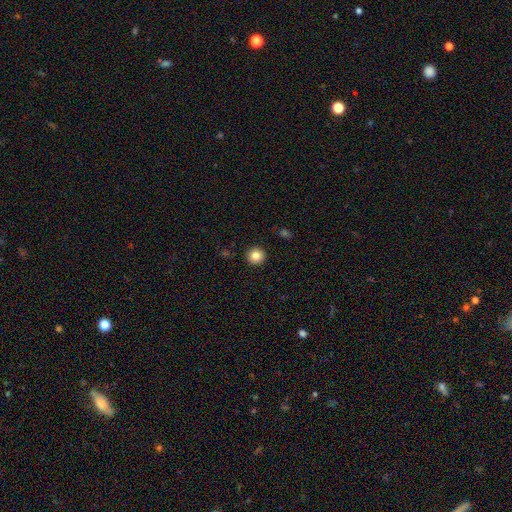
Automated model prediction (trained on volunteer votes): A smooth galaxy with no disk features (85%) that is round (95%).

Vote fractions:
- Smooth or featured? smooth: 85% / star or artifact: 10% / featured or disk: 5%
- How rounded? round: 95% / in between: 4% / cigar-shaped: 1%
- Merging? none: 93% / minor disturbance: 4% / major disturbance: 2% / merger: 1%